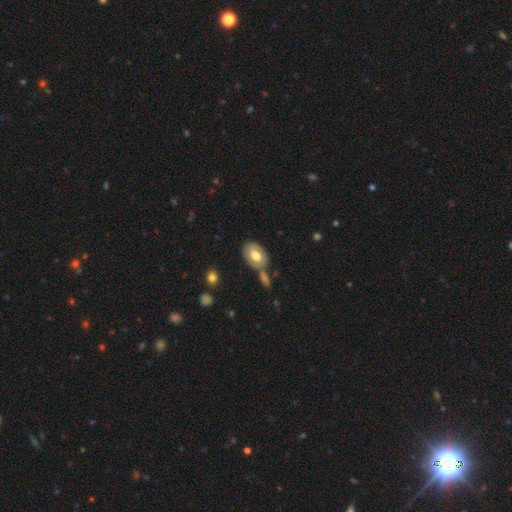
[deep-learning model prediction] This is possibly a smooth galaxy (55%). How rounded: clearly in between (86%). Merging: likely none (63%).